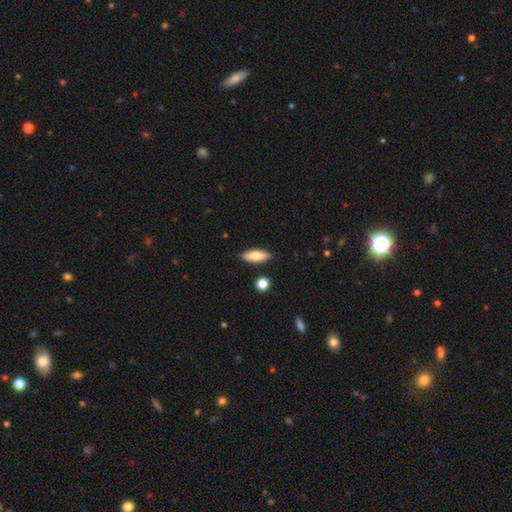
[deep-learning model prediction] Morphology: type=smooth (73%); roundness=in between (60%); merging=none (87%).